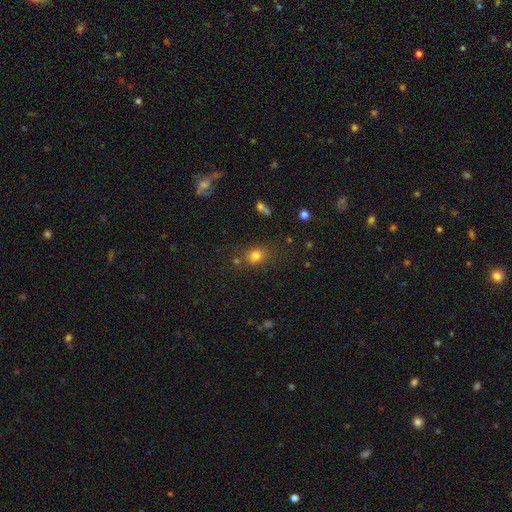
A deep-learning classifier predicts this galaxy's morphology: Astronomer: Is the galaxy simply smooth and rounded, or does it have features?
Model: smooth — 77%.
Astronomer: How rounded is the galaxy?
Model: round — 54% (runner-up: in between, 44%).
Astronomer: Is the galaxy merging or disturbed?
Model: none — 72%.